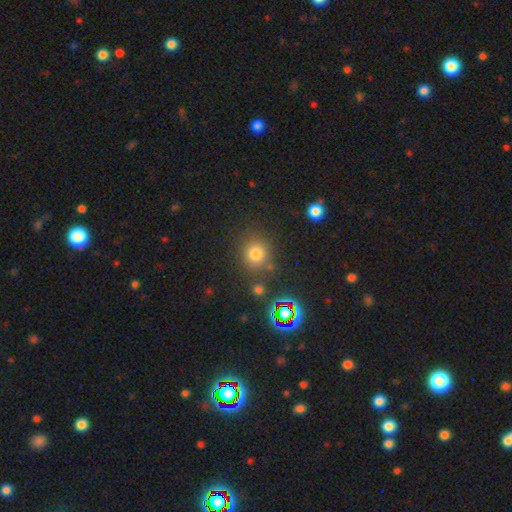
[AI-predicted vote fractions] smooth-or-featured: smooth: 54% | star or artifact: 39% | featured or disk: 6%
  how-rounded: round: 87% | in between: 11% | cigar-shaped: 1%
  merging: none: 84% | minor disturbance: 7% | merger: 6% | major disturbance: 3%